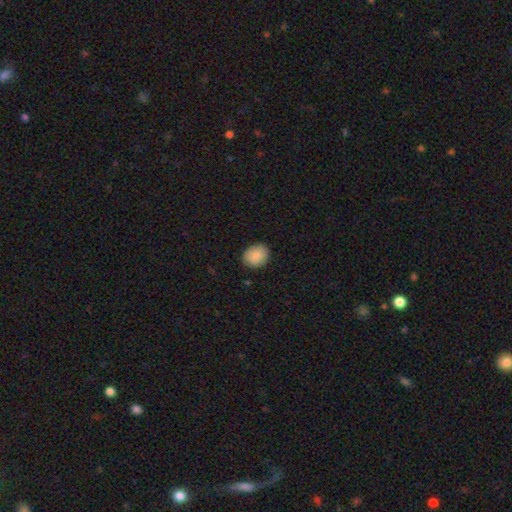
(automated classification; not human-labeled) Smooth or featured?
  - smooth: 87% *
  - star or artifact: 7%
  - featured or disk: 6%
How rounded?
  - round: 50% *
  - in between: 49%
  - cigar-shaped: 1%
Merging?
  - none: 87% *
  - minor disturbance: 10%
  - major disturbance: 2%
  - merger: 1%